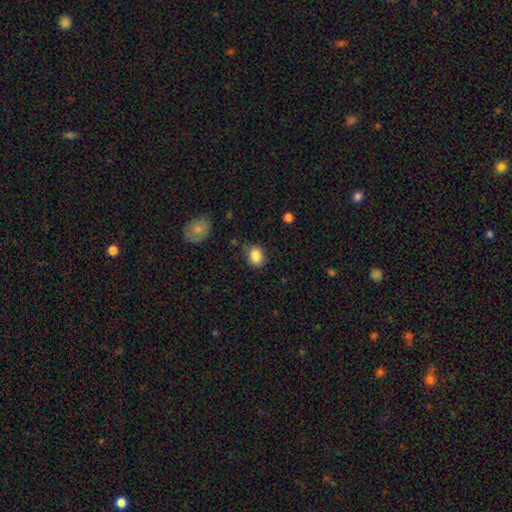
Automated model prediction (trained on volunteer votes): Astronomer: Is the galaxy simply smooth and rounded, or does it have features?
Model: smooth — 86%.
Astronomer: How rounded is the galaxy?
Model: round — 56% (runner-up: in between, 43%).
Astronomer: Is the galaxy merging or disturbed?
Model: none — 75%.